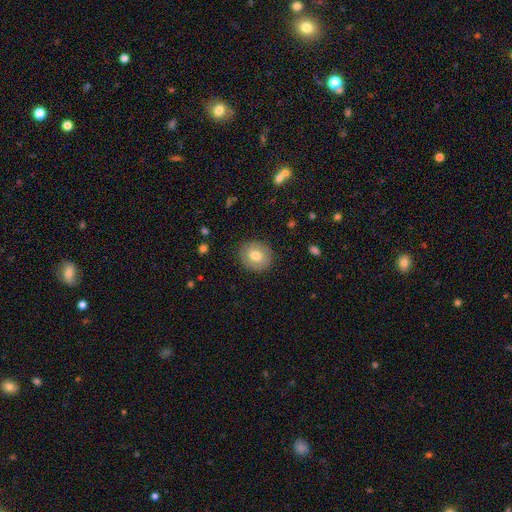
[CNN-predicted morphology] The model was most divided on "how rounded": round: 73%, in between: 27%, cigar-shaped: 1%. More confident: merging — none (87%); smooth or featured — smooth (73%).